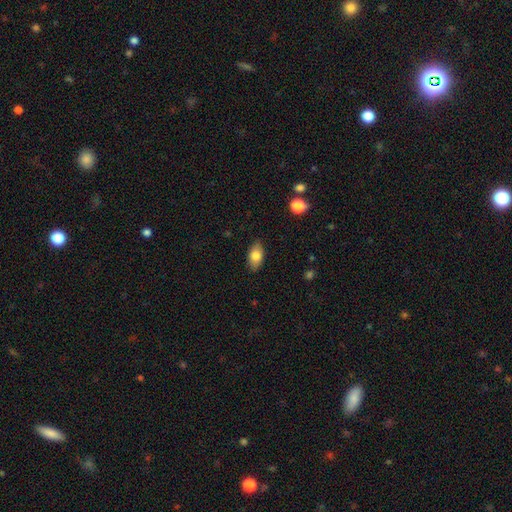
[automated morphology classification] Smooth or featured? Predicted: smooth (p=0.79). How rounded? Predicted: in between (p=0.91). Merging? Predicted: none (p=0.86).